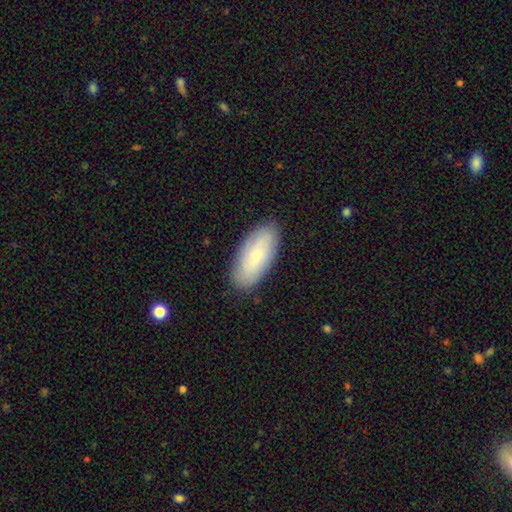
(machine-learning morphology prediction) Smooth or featured?
  - smooth: 70% *
  - featured or disk: 23%
  - star or artifact: 6%
How rounded?
  - in between: 89% *
  - cigar-shaped: 9%
  - round: 2%
Merging?
  - none: 87% *
  - minor disturbance: 10%
  - major disturbance: 2%
  - merger: 1%